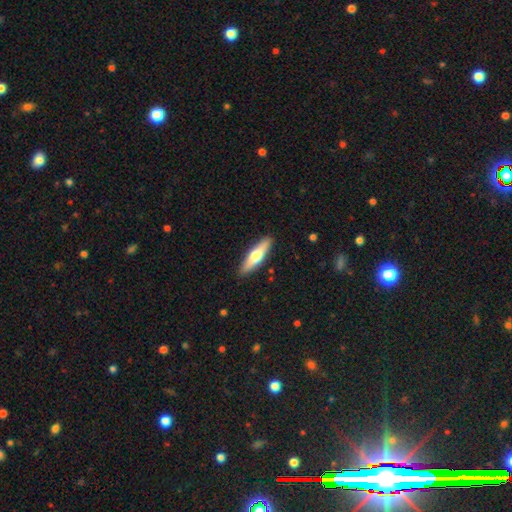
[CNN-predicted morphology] A smooth galaxy with no disk features (53%) that is cigar-shaped (68%).

Vote fractions:
- Smooth or featured? smooth: 53% / featured or disk: 42% / star or artifact: 5%
- How rounded? cigar-shaped: 68% / in between: 30% / round: 2%
- Merging? none: 90% / minor disturbance: 7% / major disturbance: 2% / merger: 1%